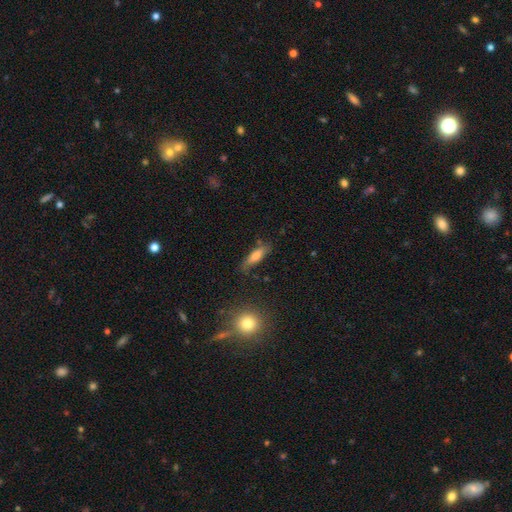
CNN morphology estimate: Q: Smooth or featured?
A: smooth (68%); runner-up: featured or disk (24%)
Q: How rounded?
A: cigar-shaped (59%); runner-up: in between (38%)
Q: Merging?
A: none (67%); runner-up: minor disturbance (23%)